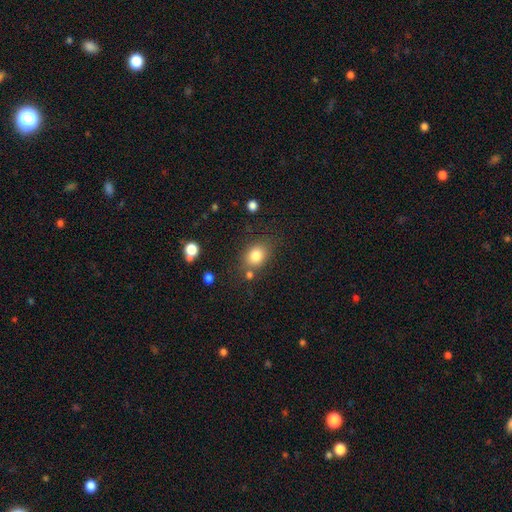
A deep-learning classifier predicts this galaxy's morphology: This appears to be a smooth galaxy with no disk features (81%) that is in between round and cigar-shaped (56%). Merging: none (71%).